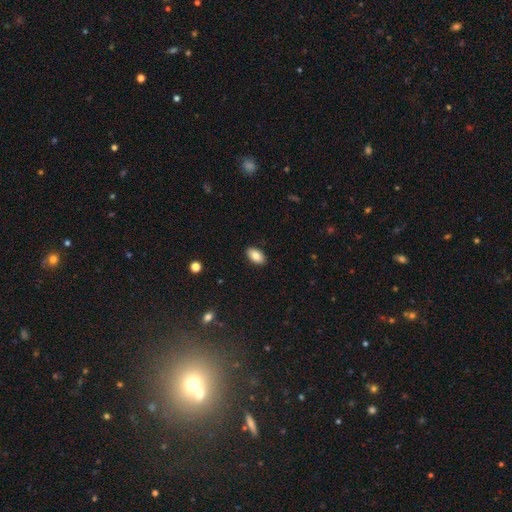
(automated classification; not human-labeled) Smooth or featured? smooth (84%)
How rounded? in between (93%)
Merging? none (89%)